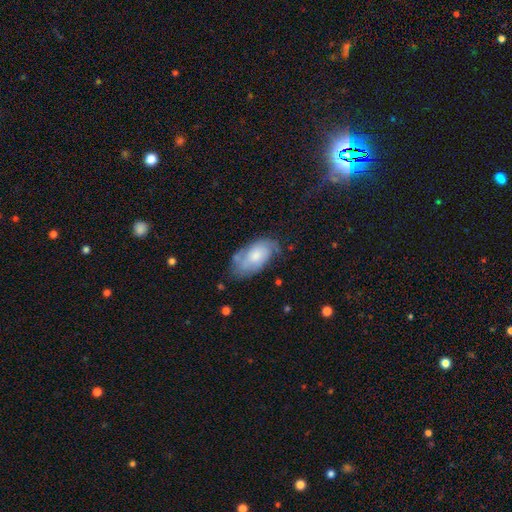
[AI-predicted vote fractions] This appears to be a featured or disk galaxy (49%). Merging: none (57%).